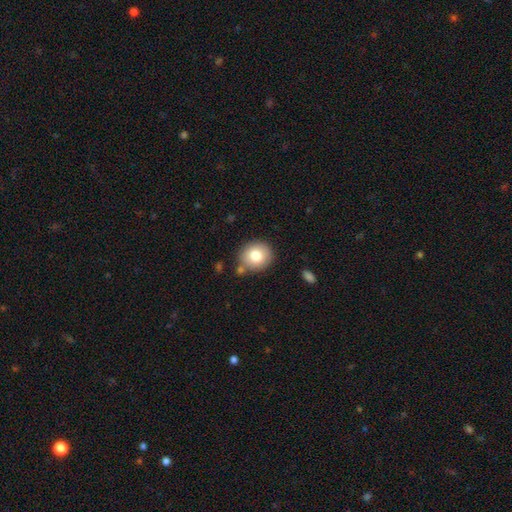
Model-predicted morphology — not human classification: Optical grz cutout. It shows a smooth galaxy with no disk features (80%) that is round (78%). Merging: none (79%).